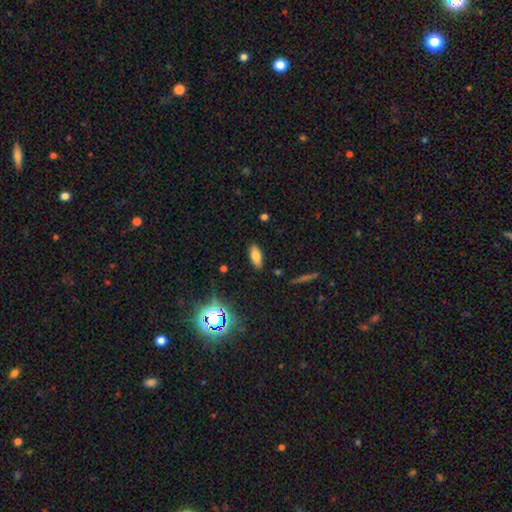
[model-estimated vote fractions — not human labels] This appears to be a smooth galaxy with no disk features (76%) that is in between round and cigar-shaped (82%). Merging: none (86%).